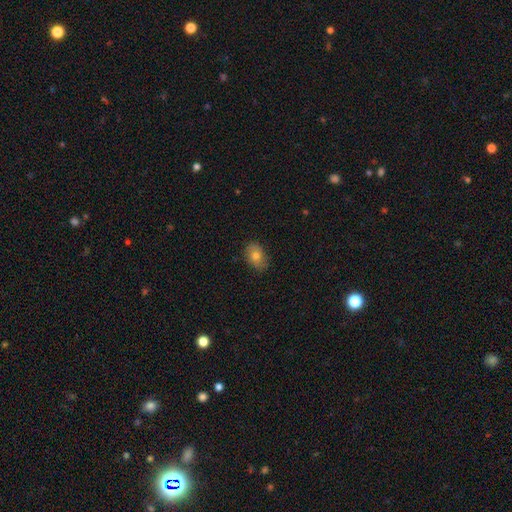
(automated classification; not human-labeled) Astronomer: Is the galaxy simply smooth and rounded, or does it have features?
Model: smooth — 72%.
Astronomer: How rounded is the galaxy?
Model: in between — 81%.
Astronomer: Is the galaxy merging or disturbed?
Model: none — 81%.